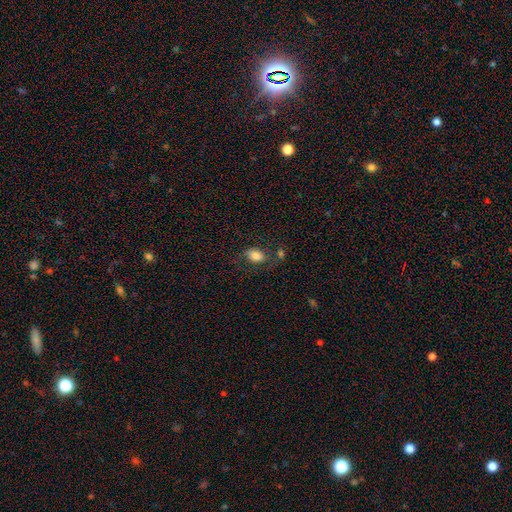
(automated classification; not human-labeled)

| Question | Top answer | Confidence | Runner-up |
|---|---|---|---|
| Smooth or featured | smooth | 81% | featured or disk (10%) |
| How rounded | in between | 84% | round (14%) |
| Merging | none | 57% | minor disturbance (22%) |